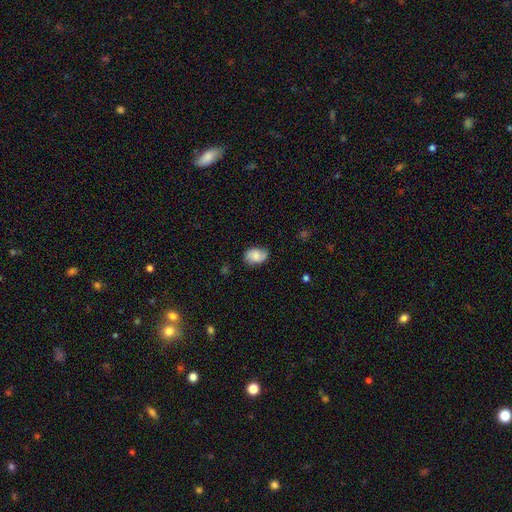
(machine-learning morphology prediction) smooth-or-featured: smooth: 64% | featured or disk: 28% | star or artifact: 8%
  how-rounded: in between: 78% | round: 21% | cigar-shaped: 1%
  merging: none: 68% | minor disturbance: 25% | major disturbance: 5% | merger: 1%